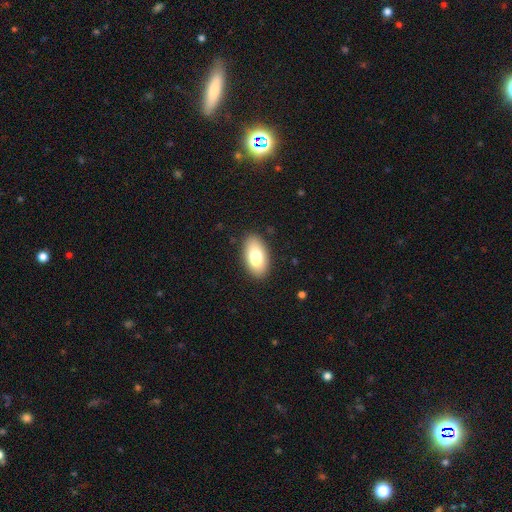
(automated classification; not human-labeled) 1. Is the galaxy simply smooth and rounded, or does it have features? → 70% smooth, 22% featured or disk, 8% star or artifact.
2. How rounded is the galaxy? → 92% in between, 5% round, 2% cigar-shaped.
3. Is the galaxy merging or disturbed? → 70% none, 14% merger, 12% minor disturbance, 3% major disturbance.